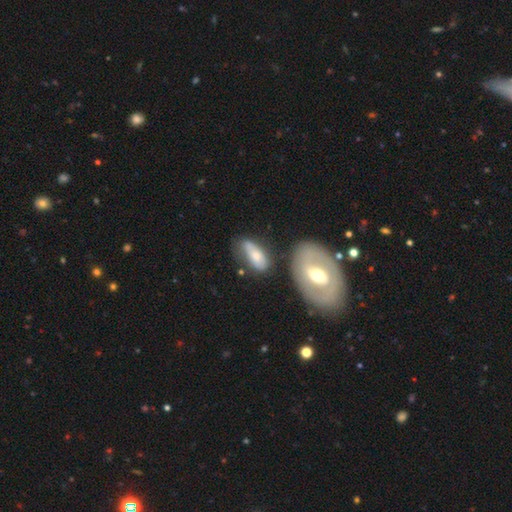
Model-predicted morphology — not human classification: Smooth or featured? Predicted: smooth (p=0.61). How rounded? Predicted: in between (p=0.82). Merging? Predicted: none (p=0.46).